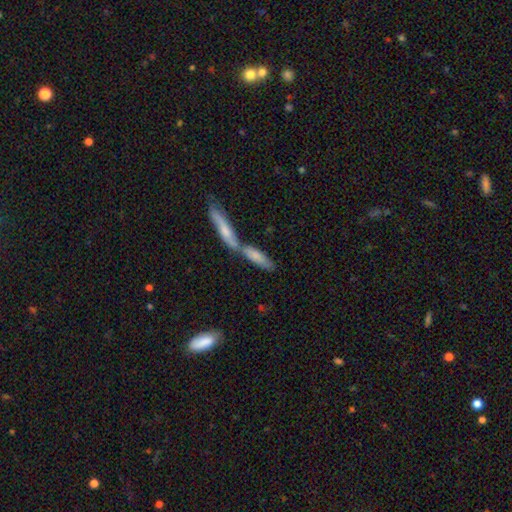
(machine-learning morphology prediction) Overall: smooth (71%). How rounded: cigar-shaped (68%; in between 30%). Merging: merger (58%; none 31%).